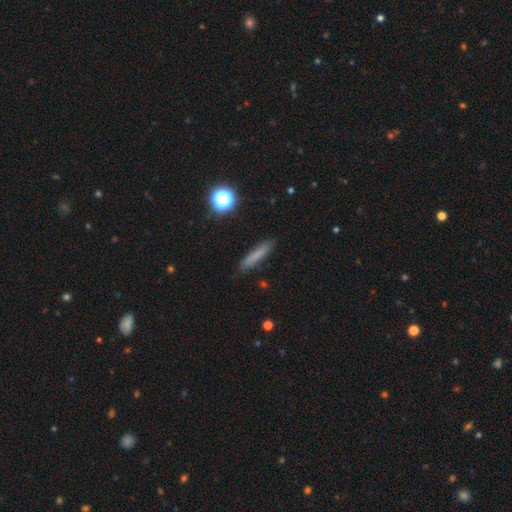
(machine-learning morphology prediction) Overall: smooth (74%). How rounded: cigar-shaped (88%). Merging: none (86%).